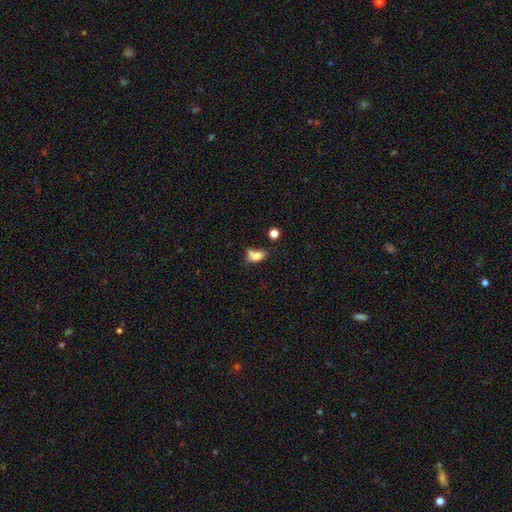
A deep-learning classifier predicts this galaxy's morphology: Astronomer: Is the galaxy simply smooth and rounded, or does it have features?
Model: smooth — 75%.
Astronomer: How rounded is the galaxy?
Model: in between — 81%.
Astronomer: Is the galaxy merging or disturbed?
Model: merger — 34% (runner-up: none, 31%).